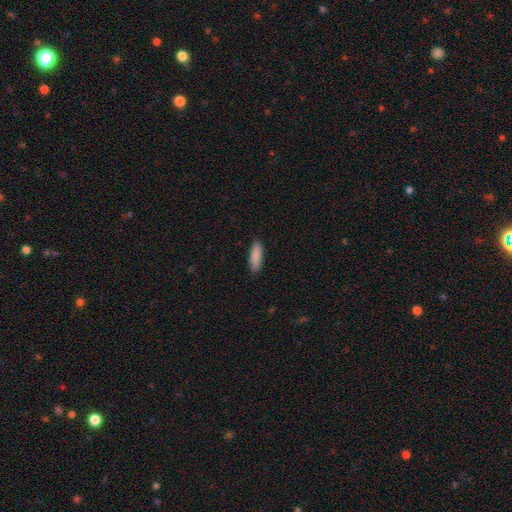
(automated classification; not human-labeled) Morphology: type=smooth (89%); roundness=cigar-shaped (50%); merging=none (89%).